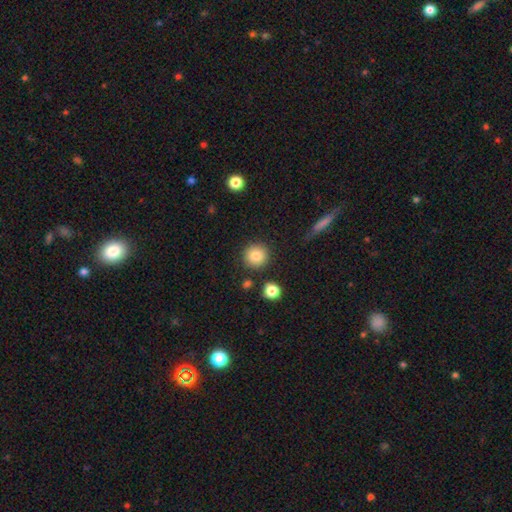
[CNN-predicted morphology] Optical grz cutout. It shows a smooth galaxy with no disk features (84%) that is round (94%). Merging: none (88%).